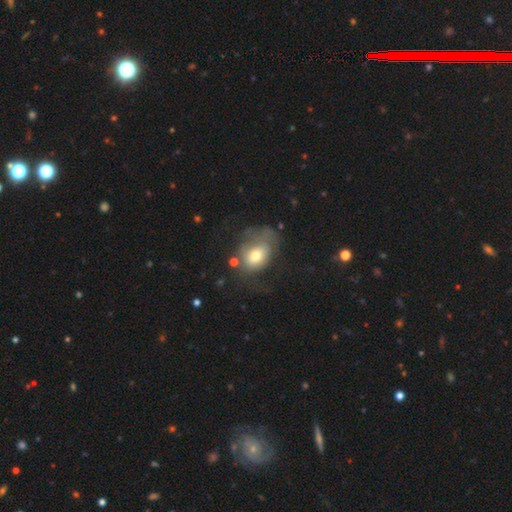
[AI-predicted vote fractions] A smooth galaxy with no disk features (62%) that is in between round and cigar-shaped (66%). Merging: major disturbance (40%).